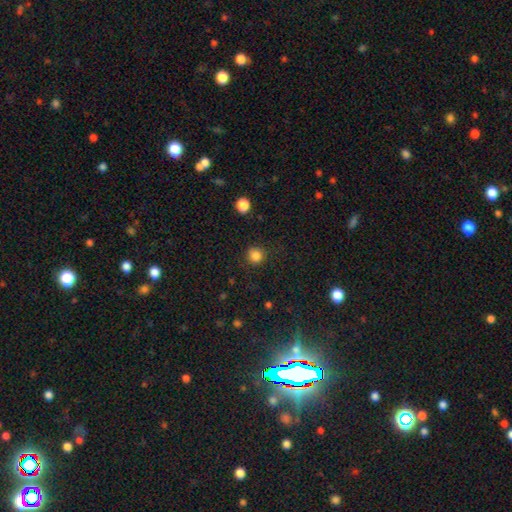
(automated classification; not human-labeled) Morphology: type=smooth (84%); roundness=round (88%); merging=none (85%).